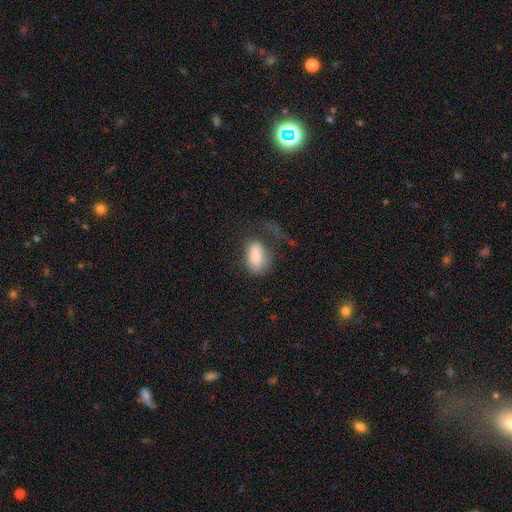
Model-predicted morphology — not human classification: This appears to be a smooth galaxy with no disk features (78%) that is in between round and cigar-shaped (90%). Merging: major disturbance (41%).